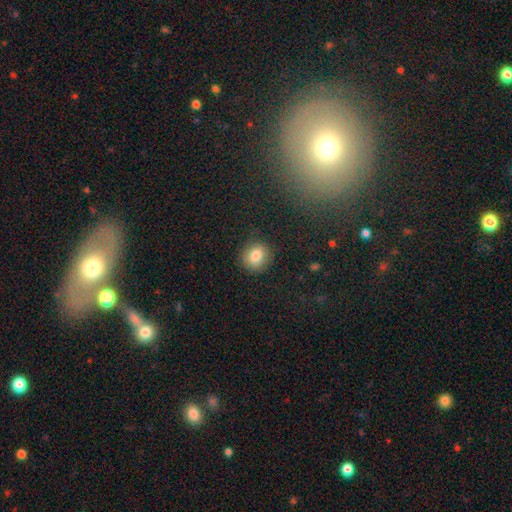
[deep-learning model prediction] A smooth galaxy with no disk features (81%) that is round (74%). Merging: none (86%).